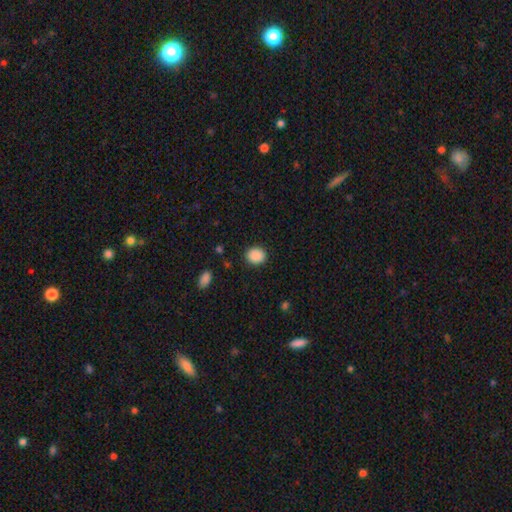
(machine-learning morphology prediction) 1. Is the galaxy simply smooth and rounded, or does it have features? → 89% smooth, 8% star or artifact, 2% featured or disk.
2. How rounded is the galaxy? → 68% round, 31% in between, 1% cigar-shaped.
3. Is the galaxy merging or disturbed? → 89% none, 7% minor disturbance, 3% major disturbance, 1% merger.